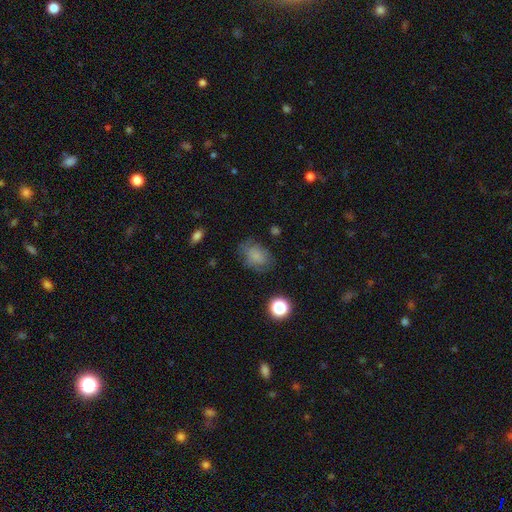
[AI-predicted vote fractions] This appears to be a smooth galaxy with no disk features (74%) that is in between round and cigar-shaped (68%). Merging: none (65%).